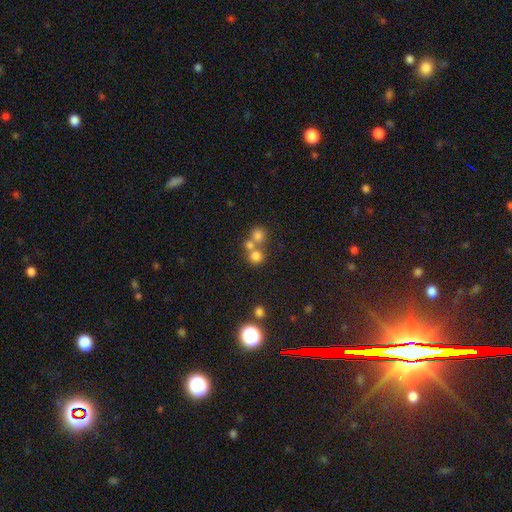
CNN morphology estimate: smooth 70%, star or artifact 18%, featured or disk 11%. Down the decision tree: how rounded — round (87%); merging — none (46%).